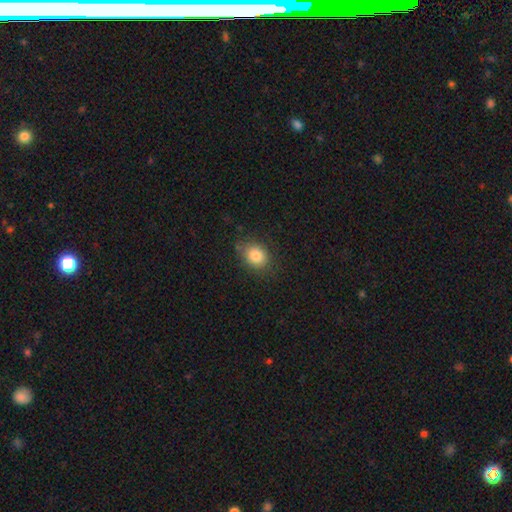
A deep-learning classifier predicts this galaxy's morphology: Smooth or featured? Predicted: smooth (p=0.83). How rounded? Predicted: in between (p=0.50, tied with round). Merging? Predicted: none (p=0.79).